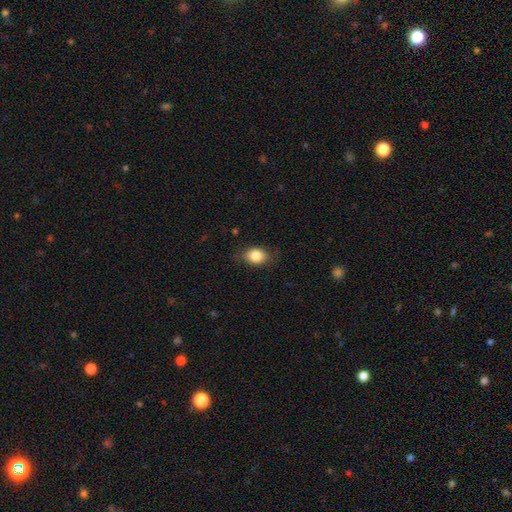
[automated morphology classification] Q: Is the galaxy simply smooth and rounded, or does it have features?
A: smooth — 83%.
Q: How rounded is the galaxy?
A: in between — 67%.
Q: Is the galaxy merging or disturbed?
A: none — 79%.